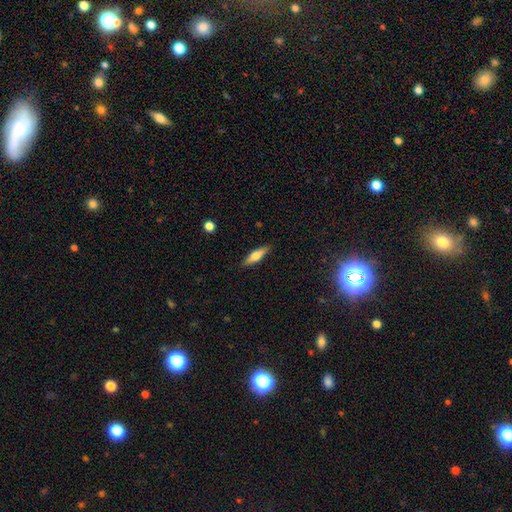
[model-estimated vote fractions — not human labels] smooth-or-featured: smooth: 50% | featured or disk: 43% | star or artifact: 6%
  how-rounded: cigar-shaped: 69% | in between: 29% | round: 2%
  merging: none: 89% | minor disturbance: 8% | major disturbance: 2% | merger: 1%